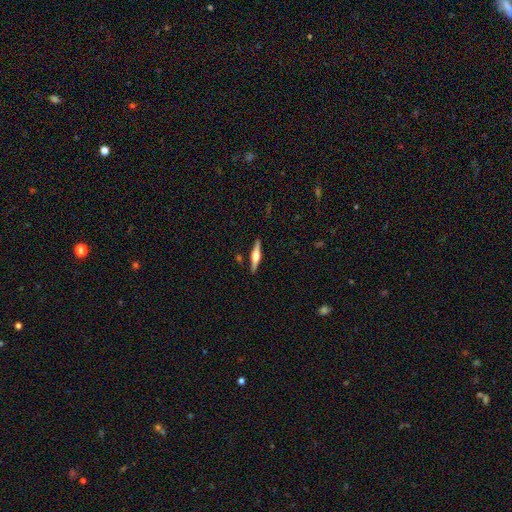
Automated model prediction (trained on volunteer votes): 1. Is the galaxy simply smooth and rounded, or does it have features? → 73% featured or disk, 22% smooth, 5% star or artifact.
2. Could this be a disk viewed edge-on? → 98% yes, 2% no.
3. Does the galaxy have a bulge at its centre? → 92% rounded, 6% boxy, 2% none.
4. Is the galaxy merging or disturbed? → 90% none, 7% minor disturbance, 2% merger, 2% major disturbance.